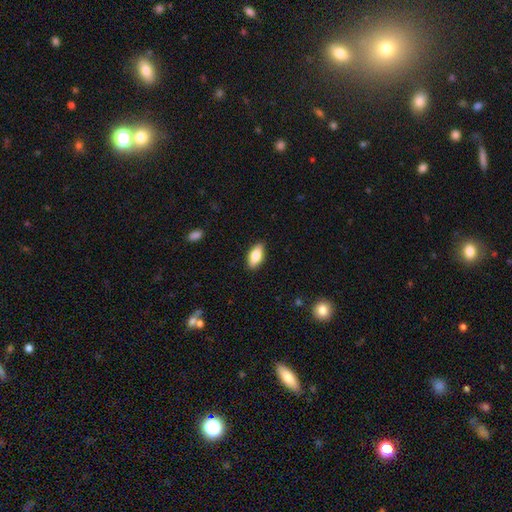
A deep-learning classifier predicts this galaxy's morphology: Smooth or featured? Predicted: smooth (p=0.77). How rounded? Predicted: in between (p=0.85). Merging? Predicted: none (p=0.88).